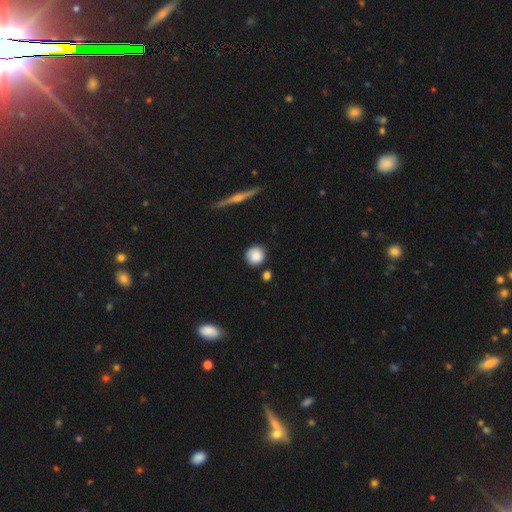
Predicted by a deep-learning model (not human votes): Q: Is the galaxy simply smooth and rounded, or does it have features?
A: smooth — 84%.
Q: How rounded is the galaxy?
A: round — 91%.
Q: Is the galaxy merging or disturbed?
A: none — 81%.